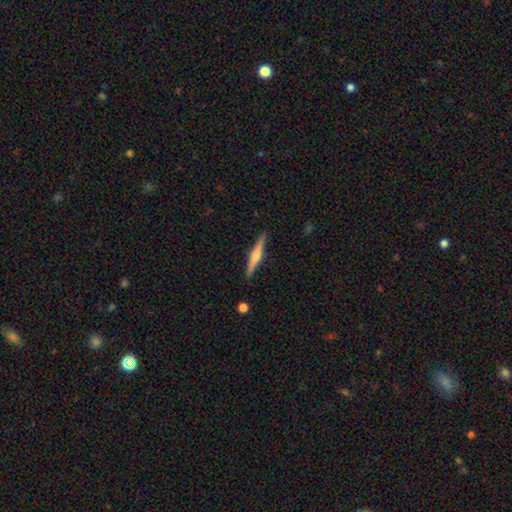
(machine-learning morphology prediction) A featured or disk galaxy (65%) viewed edge-on (98%) with a rounded central bulge (83%). Merging: none (91%).